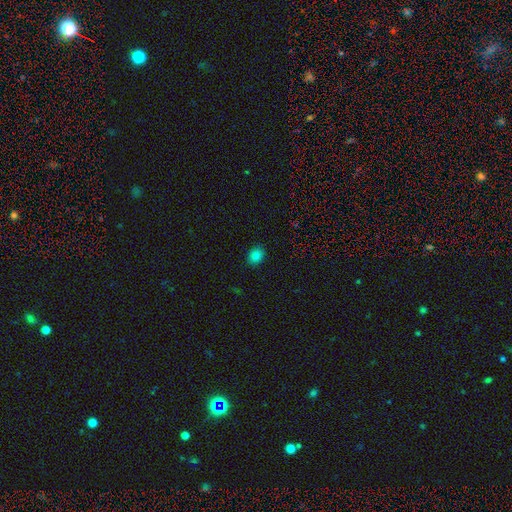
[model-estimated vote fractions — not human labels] Overall: smooth (82%). How rounded: in between (53%; round 46%). Merging: none (89%).